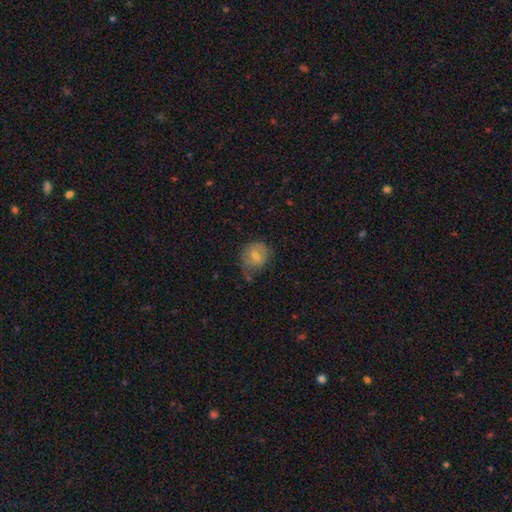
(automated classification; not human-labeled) The model was most divided on "merging": none: 57%, minor disturbance: 29%, major disturbance: 10%, merger: 4%. More confident: how rounded — round (75%); smooth or featured — smooth (62%).